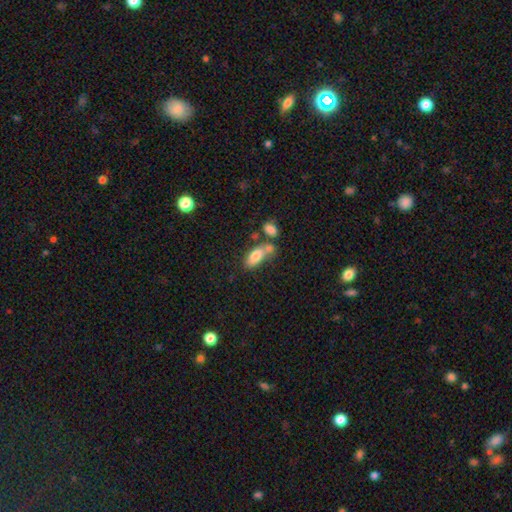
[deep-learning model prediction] This appears to be a smooth galaxy with no disk features (79%) that is in between round and cigar-shaped (85%). Merging: none (39%, tied with merger).